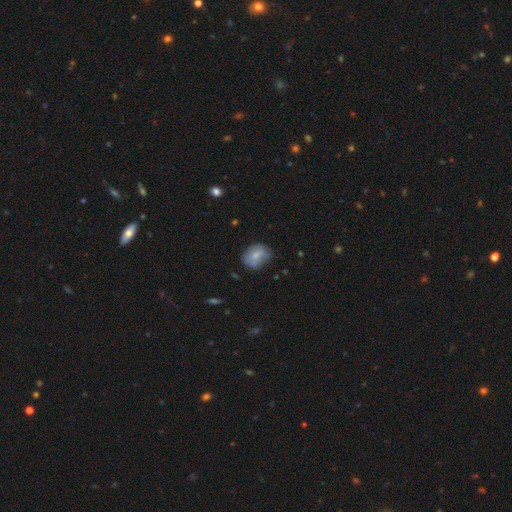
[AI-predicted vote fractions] A smooth galaxy with no disk features (71%) that is in between round and cigar-shaped (62%).

Vote fractions:
- Smooth or featured? smooth: 71% / featured or disk: 22% / star or artifact: 8%
- How rounded? in between: 62% / round: 37% / cigar-shaped: 1%
- Merging? none: 66% / minor disturbance: 26% / major disturbance: 6% / merger: 2%